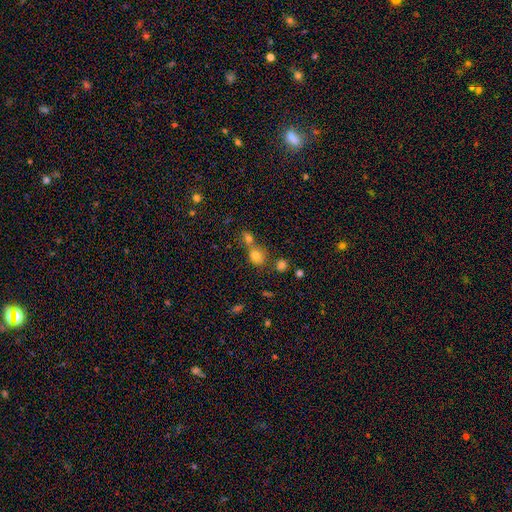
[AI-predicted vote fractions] smooth-or-featured: smooth: 76% | star or artifact: 14% | featured or disk: 10%
  how-rounded: round: 61% | in between: 38% | cigar-shaped: 1%
  merging: merger: 43% (tied) | none: 43% (tied) | minor disturbance: 10% | major disturbance: 4%